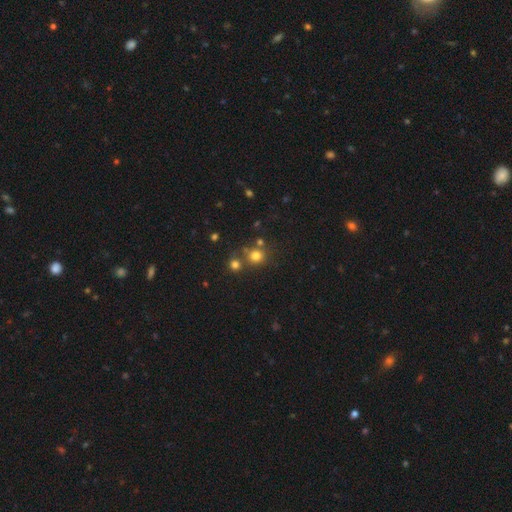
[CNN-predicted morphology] Overall: smooth (75%). How rounded: round (89%). Merging: none (67%).